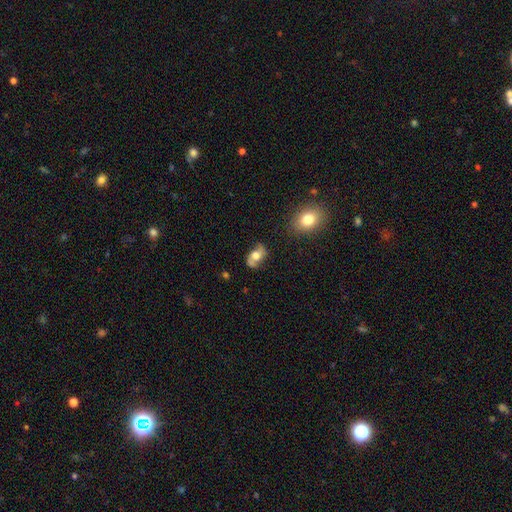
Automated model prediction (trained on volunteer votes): Q: Smooth or featured?
A: featured or disk (58%); runner-up: smooth (33%)
Q: Edge-on disk?
A: no (93%); runner-up: yes (7%)
Q: Bar?
A: no (68%); runner-up: weak (25%)
Q: Spiral arms?
A: yes (83%); runner-up: no (17%)
Q: Bulge size?
A: moderate (50%); runner-up: large (36%)
Q: Merging?
A: none (70%); runner-up: minor disturbance (20%)